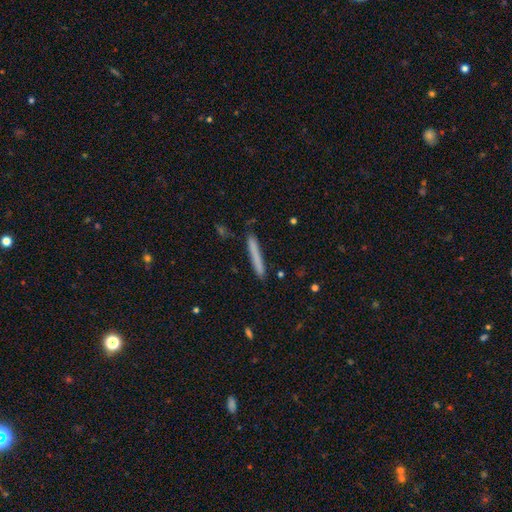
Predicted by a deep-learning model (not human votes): Morphology: type=smooth (73%); roundness=cigar-shaped (97%); merging=none (86%).